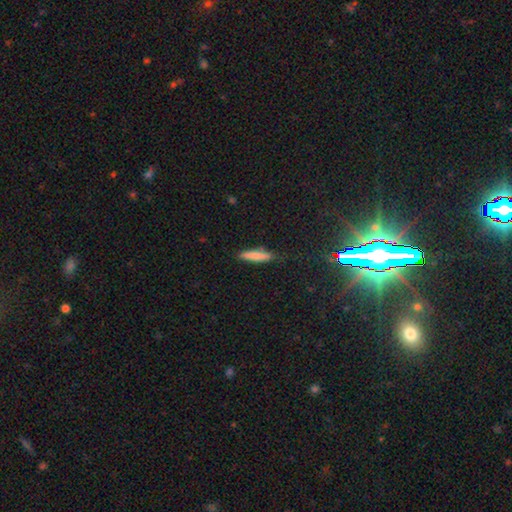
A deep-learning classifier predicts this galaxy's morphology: A smooth galaxy with no disk features (78%) that is cigar-shaped (82%).

Vote fractions:
- Smooth or featured? smooth: 78% / featured or disk: 15% / star or artifact: 7%
- How rounded? cigar-shaped: 82% / in between: 16% / round: 2%
- Merging? none: 80% / minor disturbance: 15% / major disturbance: 3% / merger: 2%